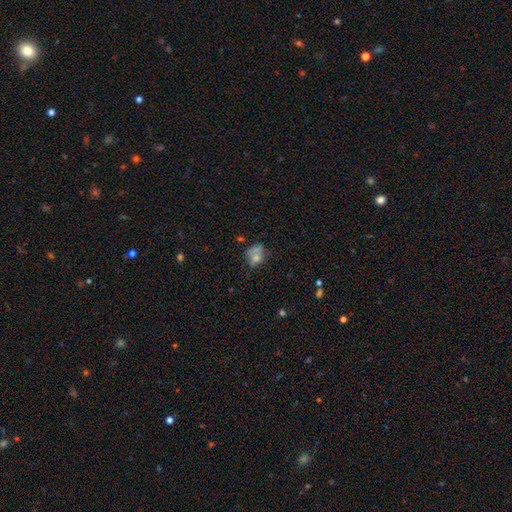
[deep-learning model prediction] Smooth or featured?
  - smooth: 62% *
  - featured or disk: 26%
  - star or artifact: 12%
How rounded?
  - in between: 51% *
  - round: 47%
  - cigar-shaped: 1%
Merging?
  - none: 35% *
  - minor disturbance: 24%
  - merger: 24%
  - major disturbance: 17%